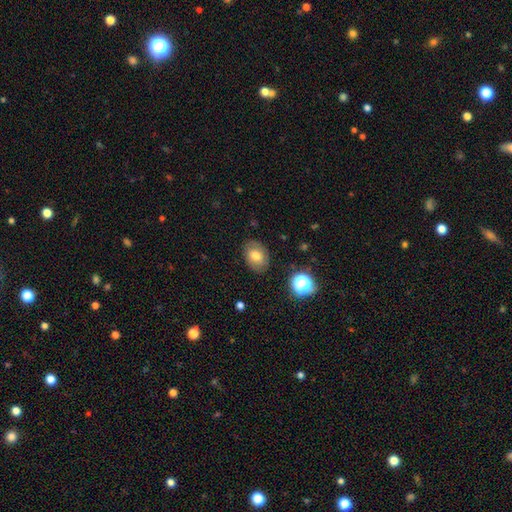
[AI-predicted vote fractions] Smooth or featured?
  - smooth: 65% *
  - featured or disk: 23%
  - star or artifact: 11%
How rounded?
  - in between: 70% *
  - round: 29%
  - cigar-shaped: 1%
Merging?
  - none: 81% *
  - minor disturbance: 13%
  - major disturbance: 4%
  - merger: 1%